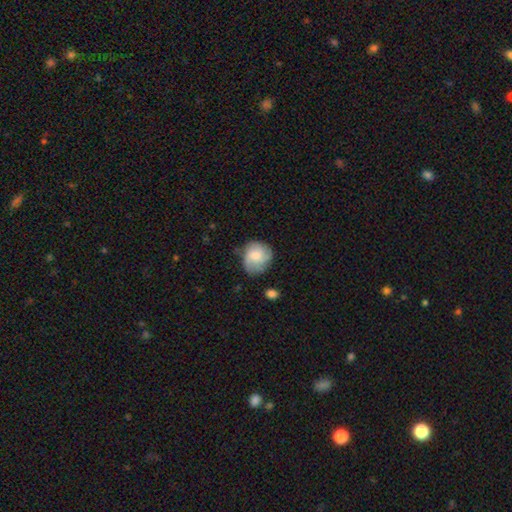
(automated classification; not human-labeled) This appears to be a smooth galaxy with no disk features (49%). Merging: none (67%).